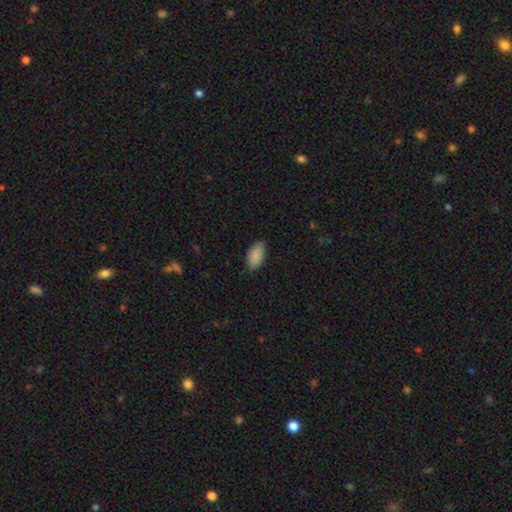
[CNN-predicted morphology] A smooth galaxy with no disk features (89%) that is in between round and cigar-shaped (94%).

Vote fractions:
- Smooth or featured? smooth: 89% / star or artifact: 6% / featured or disk: 5%
- How rounded? in between: 94% / round: 3% / cigar-shaped: 2%
- Merging? none: 78% / minor disturbance: 19% / major disturbance: 3% / merger: 1%